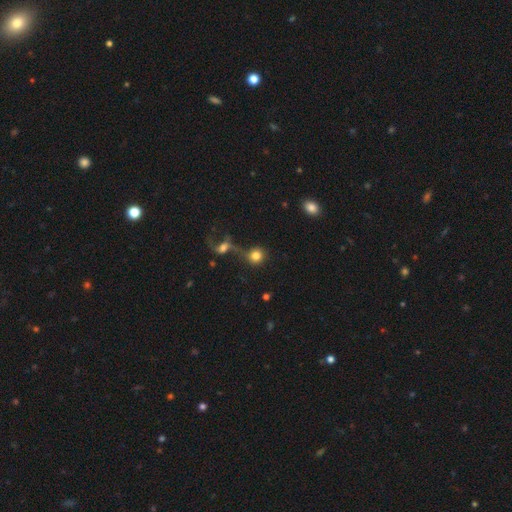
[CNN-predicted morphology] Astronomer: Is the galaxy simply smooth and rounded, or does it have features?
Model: smooth — 79%.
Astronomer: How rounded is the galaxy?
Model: round — 89%.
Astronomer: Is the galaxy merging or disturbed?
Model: none — 47% (runner-up: merger, 33%).